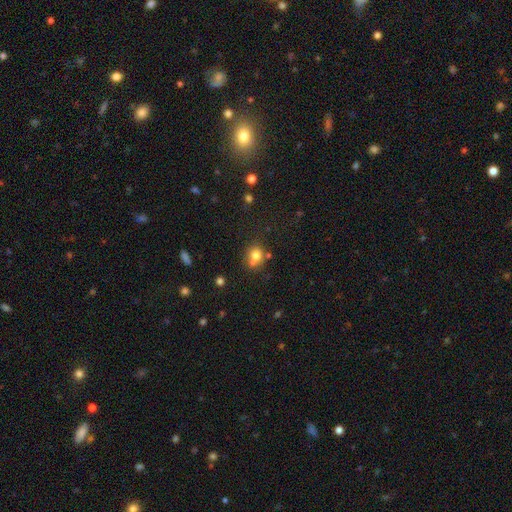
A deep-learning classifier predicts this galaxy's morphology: smooth 74%, star or artifact 14%, featured or disk 12%. Down the decision tree: how rounded — round (76%); merging — none (54%).